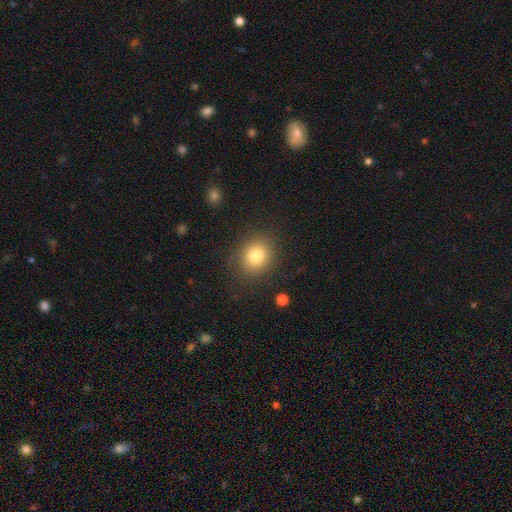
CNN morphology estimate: The model was most divided on "how rounded": round: 65%, in between: 35%, cigar-shaped: 1%. More confident: merging — none (83%); smooth or featured — smooth (79%).